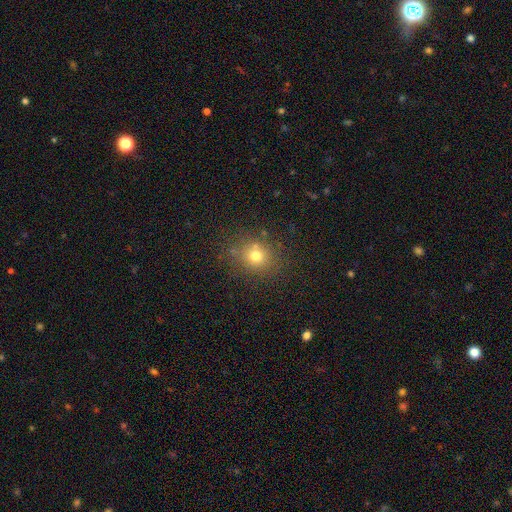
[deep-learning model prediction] Smooth or featured: smooth — 72% (star or artifact — 18%)
How rounded: round — 79% (in between — 20%)
Merging: none — 77% (minor disturbance — 12%)